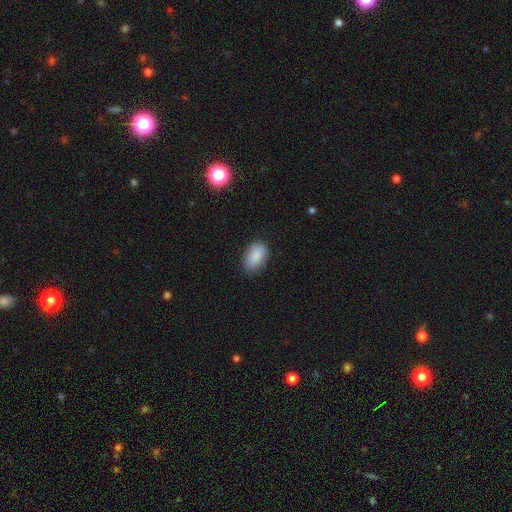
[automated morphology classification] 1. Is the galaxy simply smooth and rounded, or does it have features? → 88% smooth, 7% star or artifact, 5% featured or disk.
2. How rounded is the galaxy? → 90% in between, 9% round, 1% cigar-shaped.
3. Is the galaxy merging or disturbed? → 80% none, 16% minor disturbance, 3% major disturbance, 1% merger.